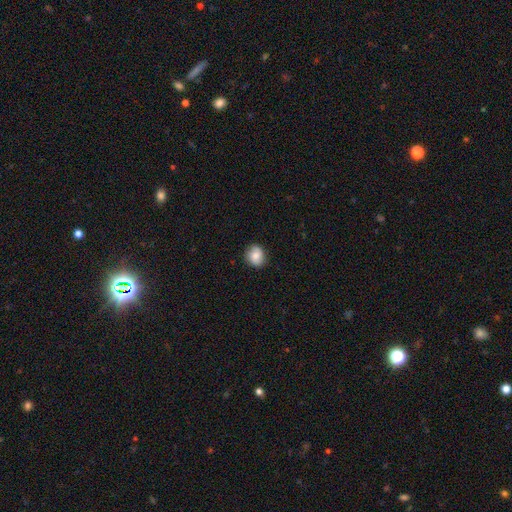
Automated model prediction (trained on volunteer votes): Smooth or featured: smooth — 79% (featured or disk — 12%)
How rounded: round — 76% (in between — 23%)
Merging: none — 85% (minor disturbance — 12%)